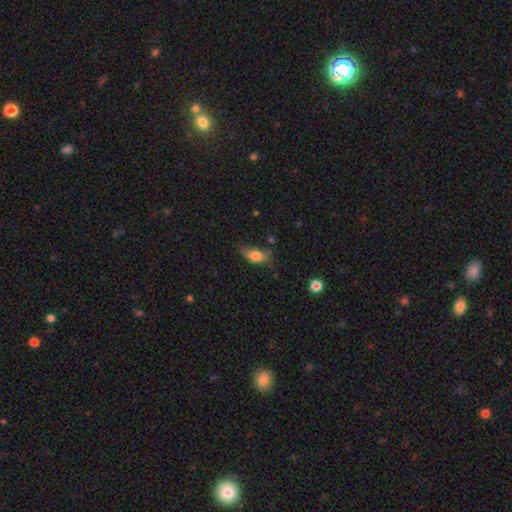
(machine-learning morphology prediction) A smooth galaxy with no disk features (79%) that is in between round and cigar-shaped (86%). Merging: none (50%).